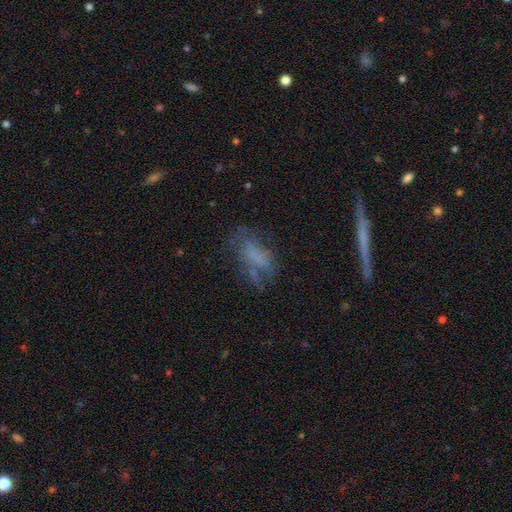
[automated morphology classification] Smooth or featured: smooth — 50% (featured or disk — 36%)
How rounded: in between — 78% (cigar-shaped — 14%)
Merging: none — 47% (major disturbance — 24%)